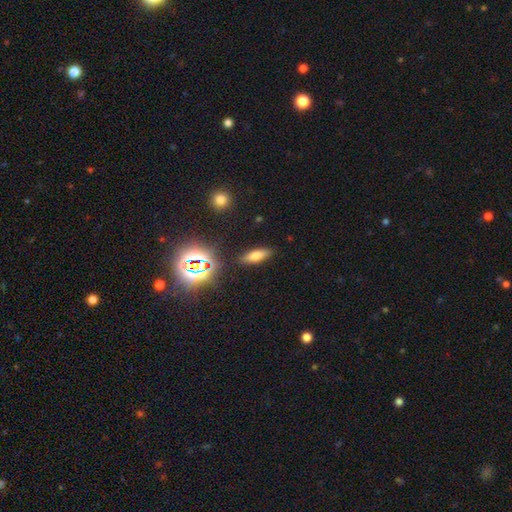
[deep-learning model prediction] smooth-or-featured: smooth: 66% | star or artifact: 19% | featured or disk: 15%
  how-rounded: in between: 60% | cigar-shaped: 35% | round: 5%
  merging: none: 88% | minor disturbance: 8% | major disturbance: 3% | merger: 2%